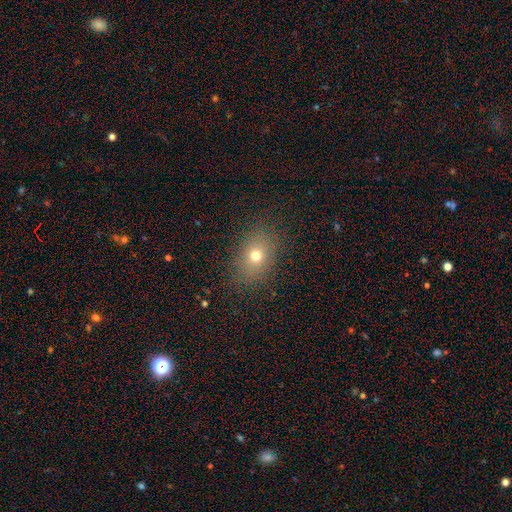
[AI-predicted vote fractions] This is likely a smooth galaxy (71%). How rounded: likely in between (62%). Merging: clearly none (85%).